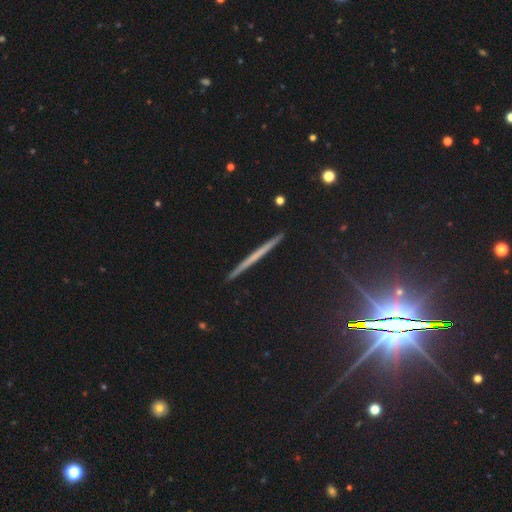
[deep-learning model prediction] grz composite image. It shows a featured or disk galaxy (54%) viewed edge-on (98%) with no central bulge (86%). Merging: none (92%).